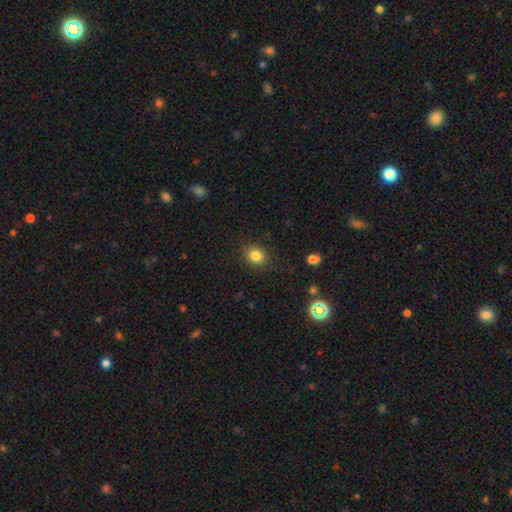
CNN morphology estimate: Smooth or featured? smooth (83%)
How rounded? round (67%)
Merging? none (86%)